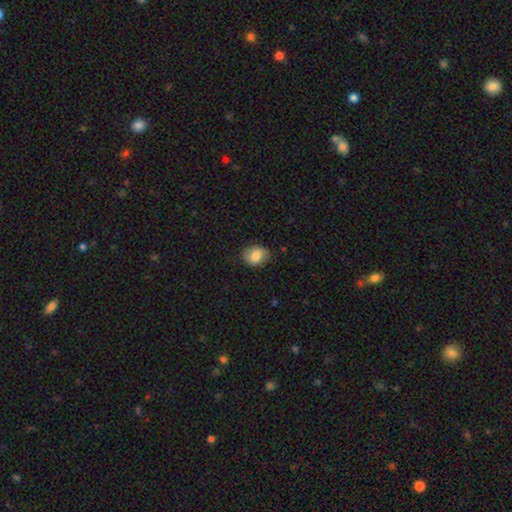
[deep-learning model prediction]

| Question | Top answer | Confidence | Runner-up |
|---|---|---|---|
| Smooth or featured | smooth | 79% | featured or disk (13%) |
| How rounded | in between | 57% | round (42%) |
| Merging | none | 75% | minor disturbance (20%) |